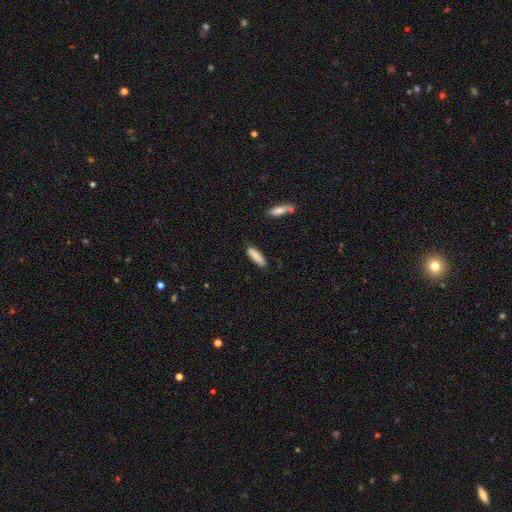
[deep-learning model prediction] Q: Smooth or featured?
A: smooth (85%); runner-up: featured or disk (9%)
Q: How rounded?
A: cigar-shaped (61%); runner-up: in between (37%)
Q: Merging?
A: none (84%); runner-up: minor disturbance (12%)